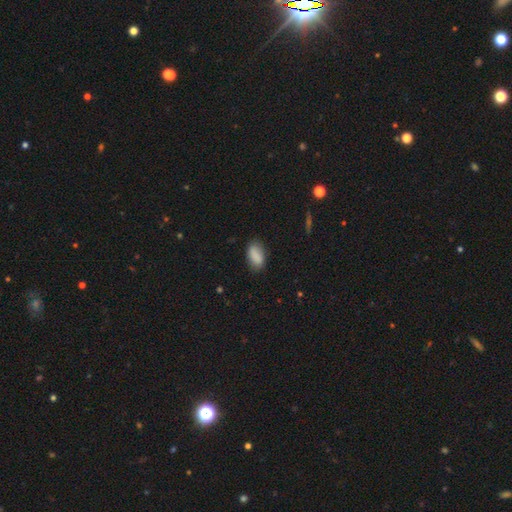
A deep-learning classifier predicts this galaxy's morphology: smooth_or_featured: smooth (p=0.87) [alt: star or artifact p=0.07]
how_rounded: in between (p=0.92) [alt: round p=0.05]
merging: none (p=0.78) [alt: minor disturbance p=0.18]